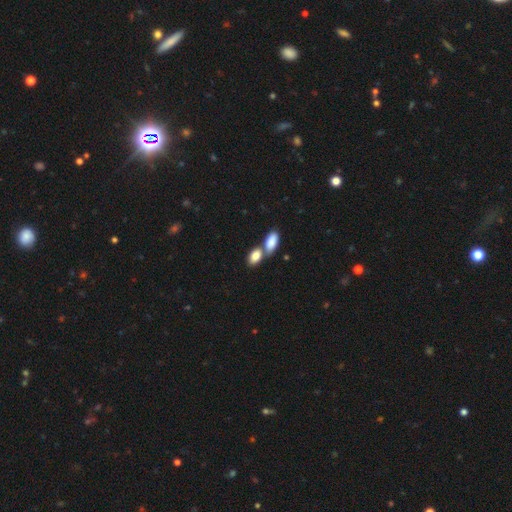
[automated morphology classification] Smooth or featured: smooth — 85% (featured or disk — 9%)
How rounded: in between — 90% (round — 7%)
Merging: merger — 58% (none — 31%)